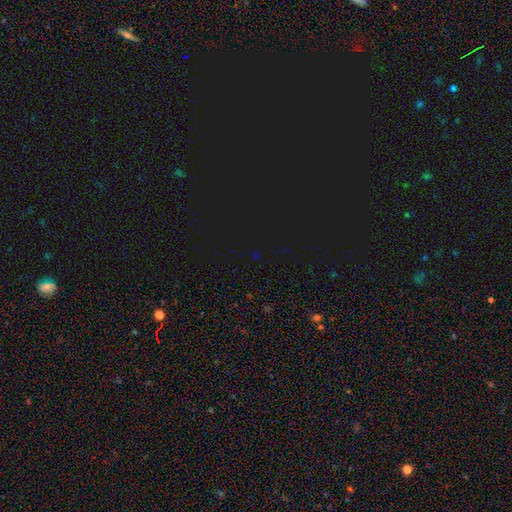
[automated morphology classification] A star or artifact, not a galaxy (78%).